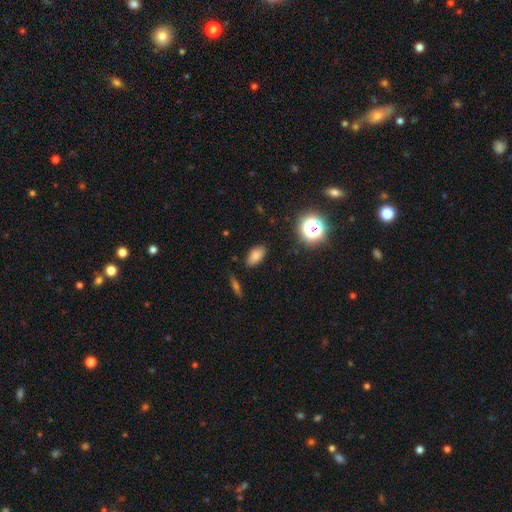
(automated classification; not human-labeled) The model was most divided on "smooth or featured": smooth: 78%, star or artifact: 14%, featured or disk: 7%. More confident: how rounded — in between (88%); merging — none (86%).